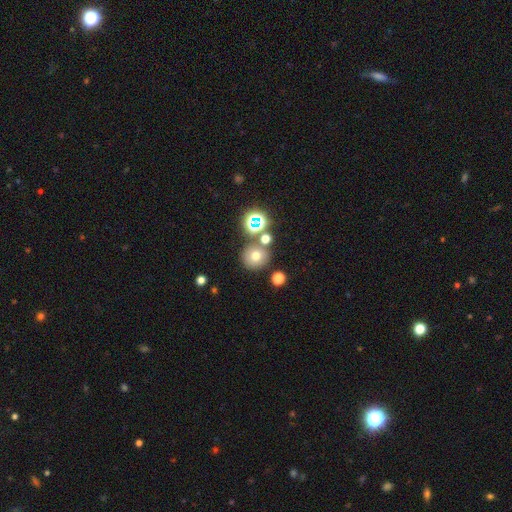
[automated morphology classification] A smooth galaxy with no disk features (65%) that is round (91%). Merging: none (72%).